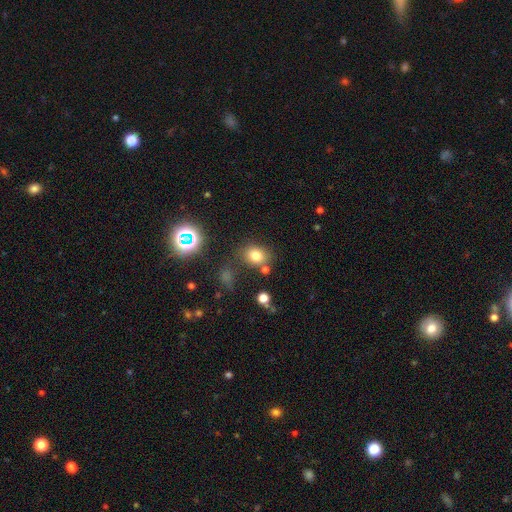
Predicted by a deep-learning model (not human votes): Morphology: type=smooth (74%); roundness=round (58%); merging=none (71%).